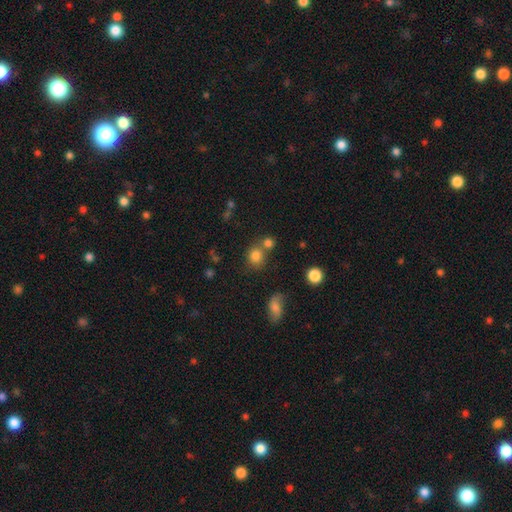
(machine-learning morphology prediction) type=smooth (80%); roundness=round (78%); merging=none (58%).